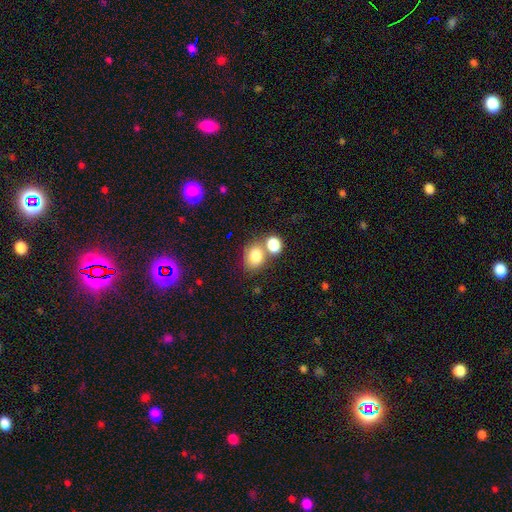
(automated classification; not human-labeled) smooth_or_featured: smooth (p=0.80) [alt: star or artifact p=0.11]
how_rounded: round (p=0.50) [alt: in between p=0.49]
merging: none (p=0.52) [alt: merger p=0.33]